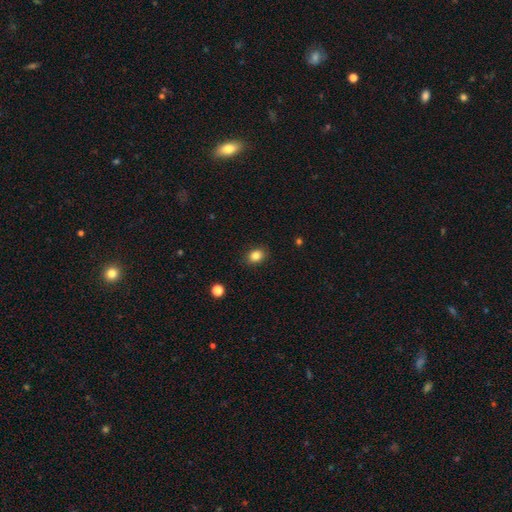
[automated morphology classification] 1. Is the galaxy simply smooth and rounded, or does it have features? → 85% smooth, 10% star or artifact, 5% featured or disk.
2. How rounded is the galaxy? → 56% in between, 43% round, 1% cigar-shaped.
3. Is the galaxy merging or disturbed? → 88% none, 9% minor disturbance, 2% major disturbance, 1% merger.